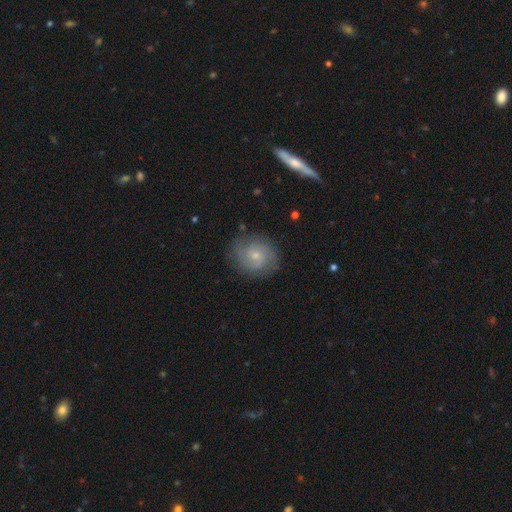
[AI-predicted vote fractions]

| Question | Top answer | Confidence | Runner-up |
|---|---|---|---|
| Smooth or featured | featured or disk | 67% | smooth (25%) |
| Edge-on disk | no | 98% | yes (2%) |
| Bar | no | 70% | weak (27%) |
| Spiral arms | yes | 90% | no (10%) |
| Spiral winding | tight | 52% | medium (36%) |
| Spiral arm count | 2 | 58% | can't tell (23%) |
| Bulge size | small | 70% | moderate (26%) |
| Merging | none | 81% | minor disturbance (13%) |